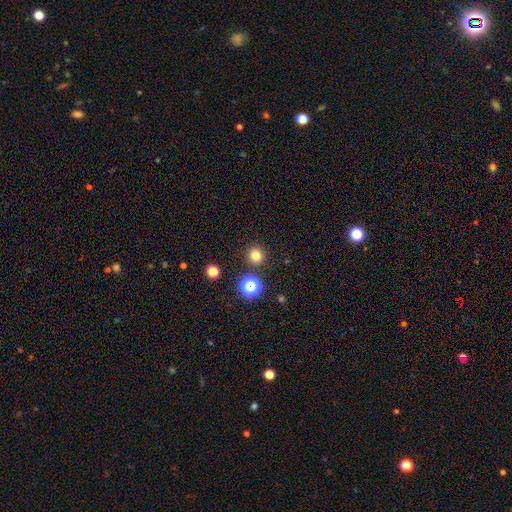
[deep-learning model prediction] smooth 78%, star or artifact 17%, featured or disk 5%. Down the decision tree: how rounded — round (94%); merging — none (89%).